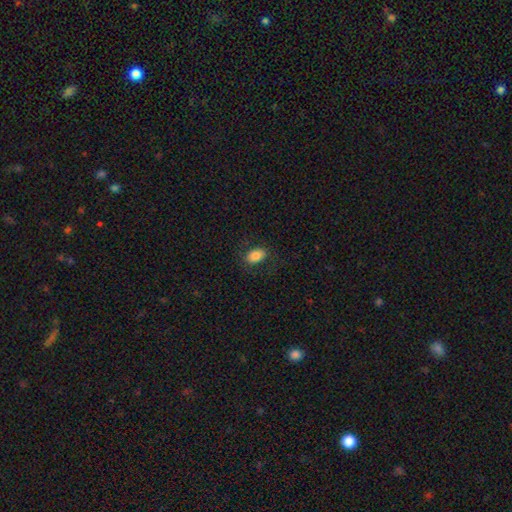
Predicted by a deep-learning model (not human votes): smooth 82%, featured or disk 9%, star or artifact 9%. Down the decision tree: how rounded — in between (86%); merging — none (81%).